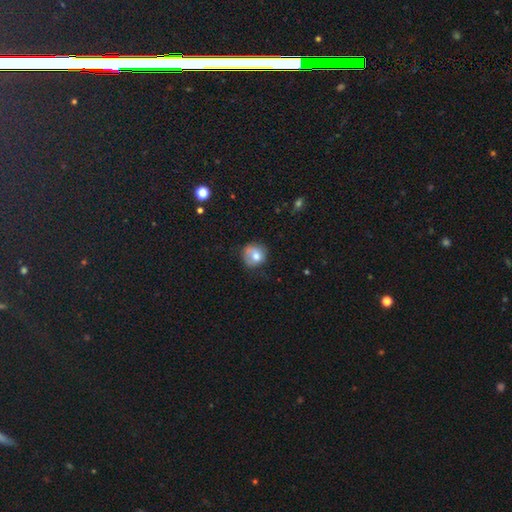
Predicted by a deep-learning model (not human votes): Q: Smooth or featured?
A: smooth (73%); runner-up: featured or disk (18%)
Q: How rounded?
A: round (81%); runner-up: in between (18%)
Q: Merging?
A: none (59%); runner-up: minor disturbance (28%)